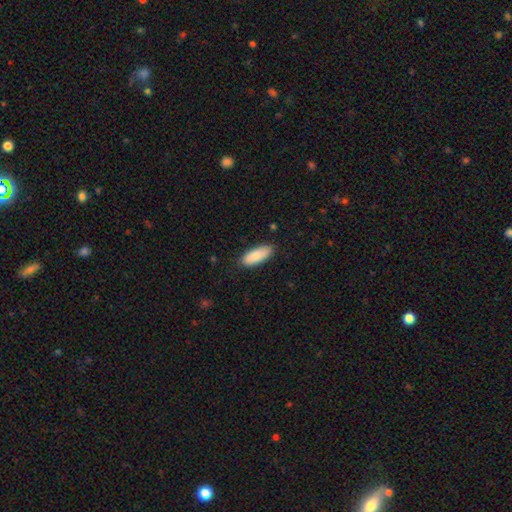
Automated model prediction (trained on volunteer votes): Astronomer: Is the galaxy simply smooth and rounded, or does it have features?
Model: smooth — 87%.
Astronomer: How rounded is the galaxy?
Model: in between — 78%.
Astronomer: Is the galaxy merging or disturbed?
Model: none — 85%.